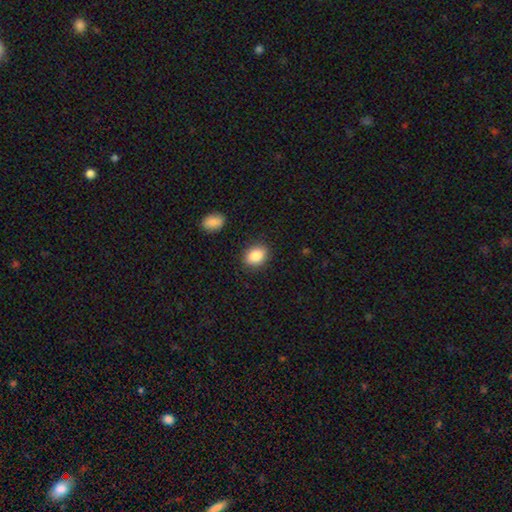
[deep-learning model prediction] This appears to be a smooth galaxy with no disk features (85%) that is in between round and cigar-shaped (60%). Merging: none (86%).